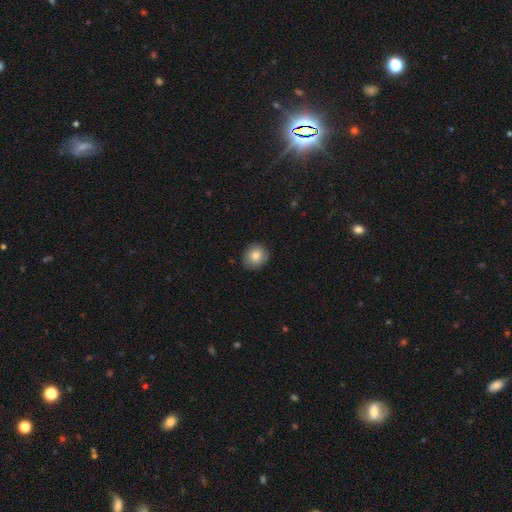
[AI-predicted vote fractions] smooth_or_featured: smooth (p=0.83) [alt: featured or disk p=0.08]
how_rounded: round (p=0.73) [alt: in between p=0.26]
merging: none (p=0.82) [alt: minor disturbance p=0.14]